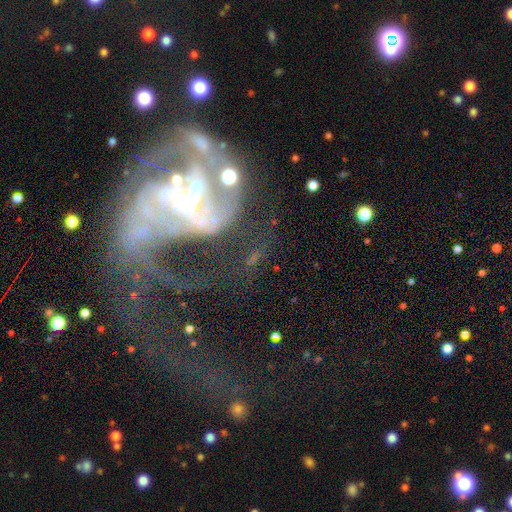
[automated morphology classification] The model was most divided on "bar": no: 37%, weak: 35%, strong: 29%. Remaining: edge-on disk — no (97%); smooth or featured — featured or disk (81%); spiral arms — yes (78%); merging — major disturbance (55%); spiral winding — loose (44%); bulge size — moderate (41%); spiral arm count — 2 (38%).